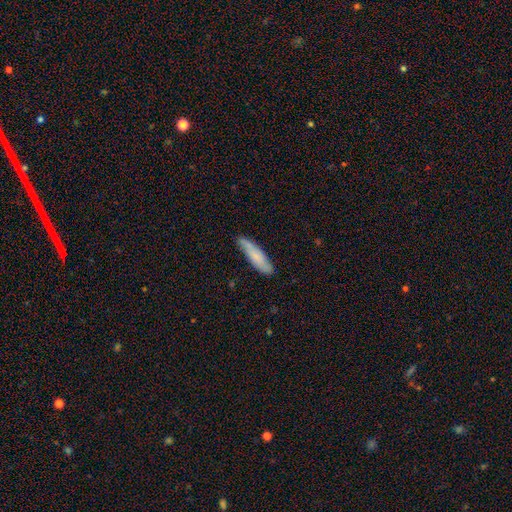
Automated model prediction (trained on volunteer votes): Morphology: type=smooth (73%); roundness=cigar-shaped (77%); merging=none (77%).